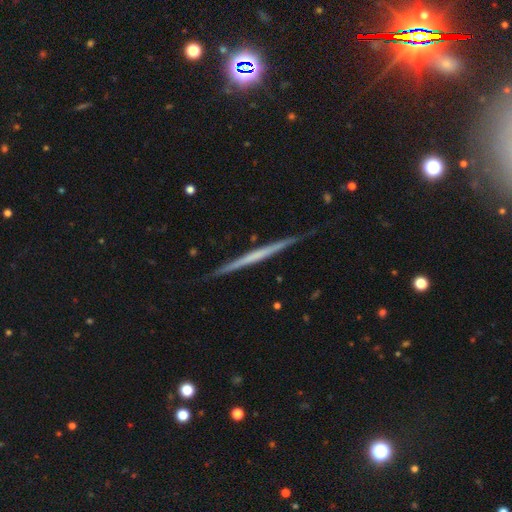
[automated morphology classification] A featured or disk galaxy (63%) viewed edge-on (98%) with no central bulge (87%).

Vote fractions:
- Smooth or featured? featured or disk: 63% / smooth: 32% / star or artifact: 5%
- Edge-on disk? yes: 98% / no: 2%
- Edge-on bulge? none: 87% / rounded: 9% / boxy: 5%
- Merging? none: 88% / minor disturbance: 9% / major disturbance: 1% / merger: 1%